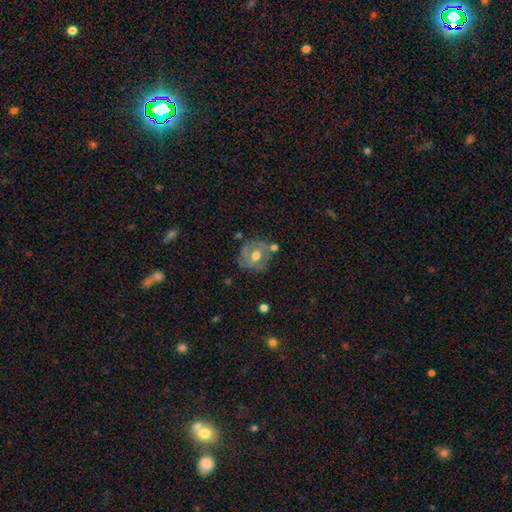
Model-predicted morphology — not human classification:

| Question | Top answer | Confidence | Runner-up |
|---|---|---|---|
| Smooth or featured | featured or disk | 54% | smooth (38%) |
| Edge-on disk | no | 95% | yes (5%) |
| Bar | no | 63% | weak (30%) |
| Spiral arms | yes | 51% | no (49%) |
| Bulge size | moderate | 74% | large (15%) |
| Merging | none | 64% | minor disturbance (21%) |